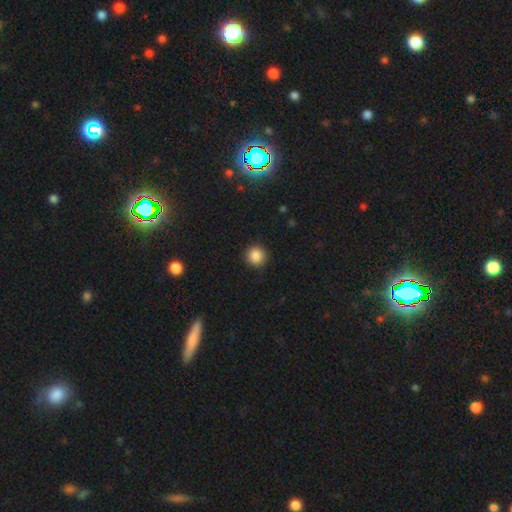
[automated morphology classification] A smooth galaxy with no disk features (86%) that is round (94%). Merging: none (90%).